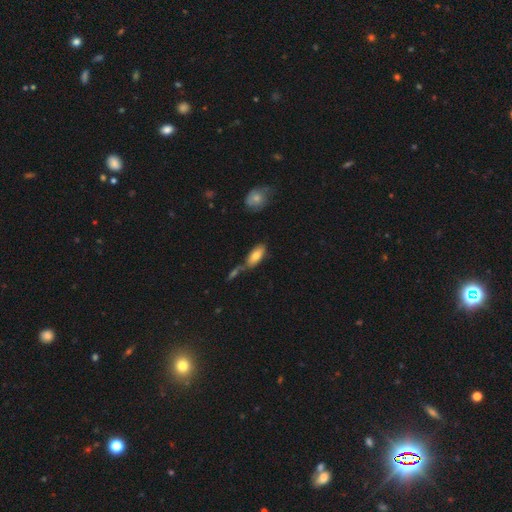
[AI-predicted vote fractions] smooth_or_featured: smooth (p=0.77) [alt: featured or disk p=0.16]
how_rounded: in between (p=0.83) [alt: cigar-shaped p=0.15]
merging: none (p=0.57) [alt: merger p=0.21]